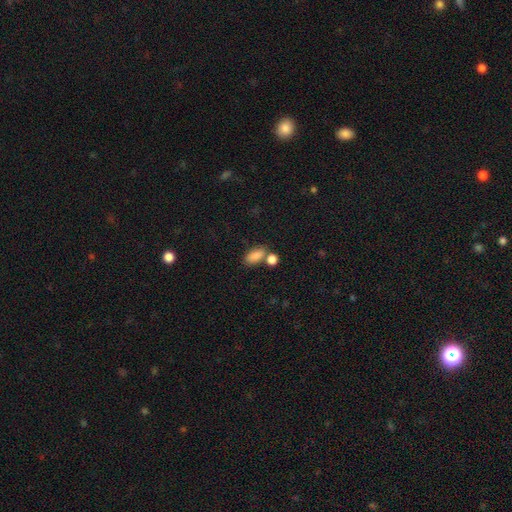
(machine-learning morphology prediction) This appears to be a smooth galaxy with no disk features (84%) that is in between round and cigar-shaped (89%). Merging: none (55%).